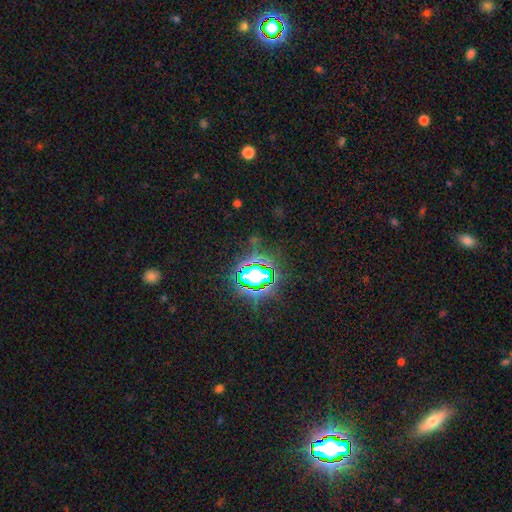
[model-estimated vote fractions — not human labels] This appears to be a star or artifact, not a galaxy (81%).